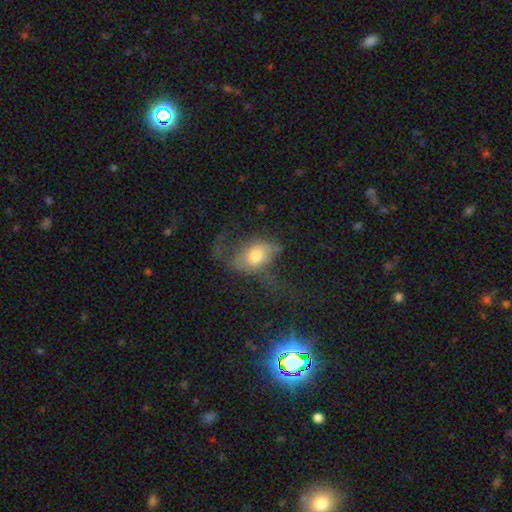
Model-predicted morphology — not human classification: A smooth galaxy with no disk features (53%) that is in between round and cigar-shaped (78%).

Vote fractions:
- Smooth or featured? smooth: 53% / featured or disk: 38% / star or artifact: 9%
- How rounded? in between: 78% / round: 19% / cigar-shaped: 3%
- Merging? major disturbance: 49% / none: 29% / minor disturbance: 18% / merger: 4%